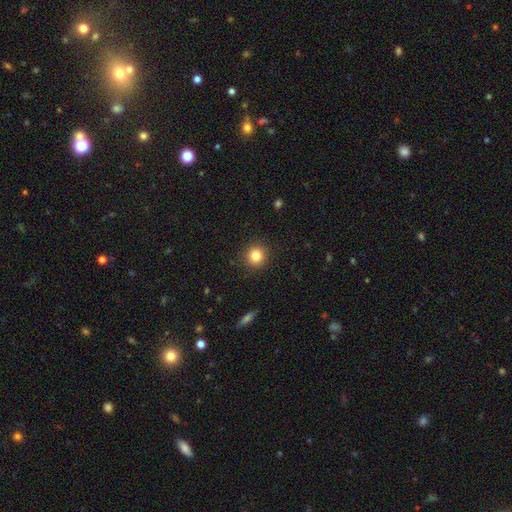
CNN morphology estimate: type=smooth (83%); roundness=round (93%); merging=none (91%).